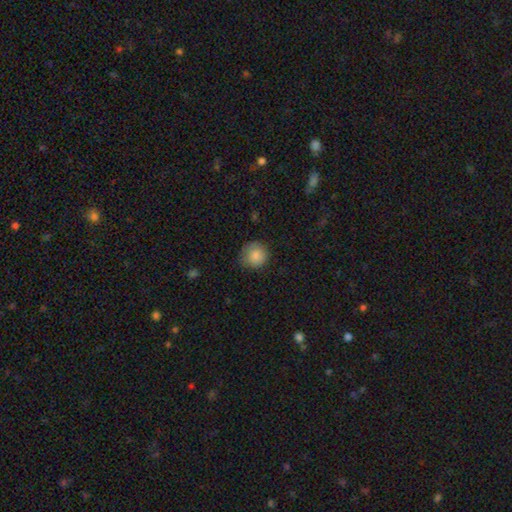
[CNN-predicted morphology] smooth 84%, featured or disk 8%, star or artifact 8%. Down the decision tree: how rounded — round (90%); merging — none (72%).